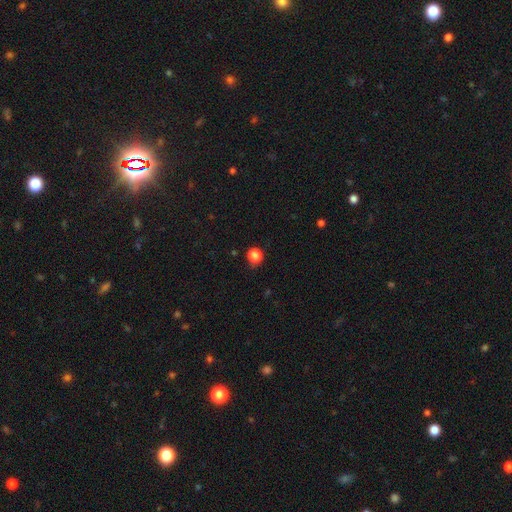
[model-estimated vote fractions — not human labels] Smooth or featured? Predicted: smooth (p=0.82). How rounded? Predicted: round (p=0.81). Merging? Predicted: none (p=0.83).